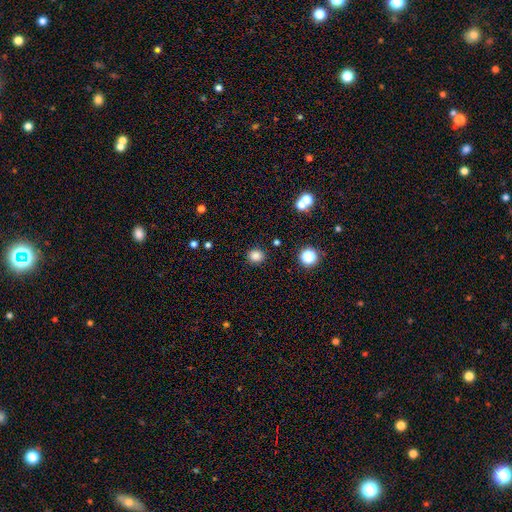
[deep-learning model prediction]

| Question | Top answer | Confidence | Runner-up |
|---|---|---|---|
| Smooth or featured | smooth | 83% | star or artifact (13%) |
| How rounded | round | 84% | in between (15%) |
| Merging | none | 90% | minor disturbance (6%) |